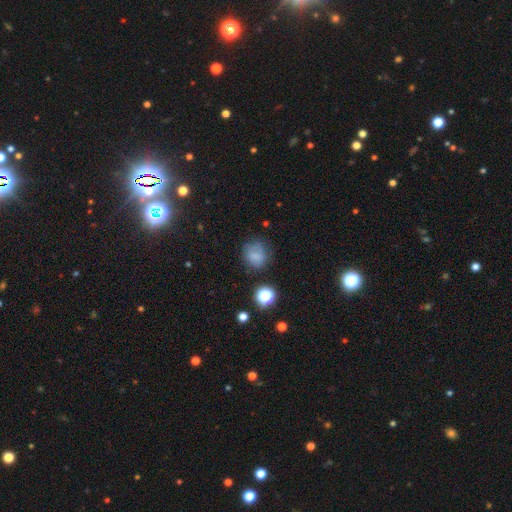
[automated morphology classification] type=smooth (72%); roundness=round (76%); merging=none (63%).